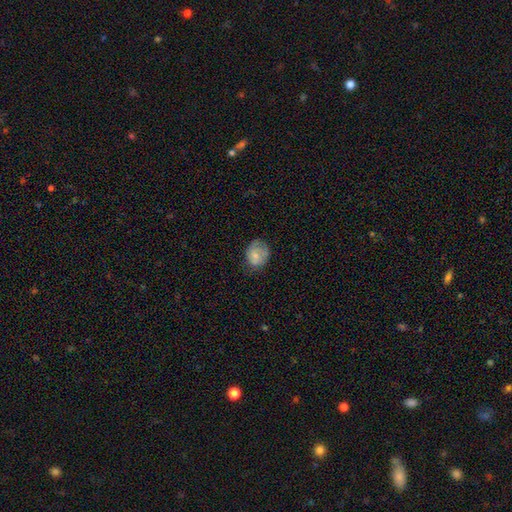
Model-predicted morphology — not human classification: Q: Smooth or featured?
A: smooth (71%); runner-up: featured or disk (22%)
Q: How rounded?
A: round (65%); runner-up: in between (34%)
Q: Merging?
A: none (59%); runner-up: minor disturbance (29%)